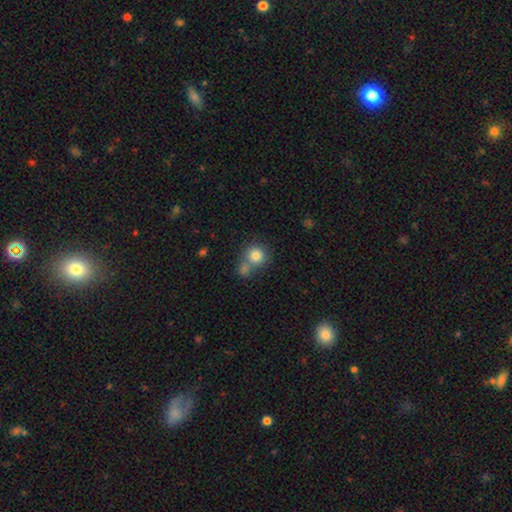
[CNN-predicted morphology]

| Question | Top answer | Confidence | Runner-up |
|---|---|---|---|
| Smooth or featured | smooth | 81% | star or artifact (10%) |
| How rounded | round | 89% | in between (10%) |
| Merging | none | 51% | merger (36%) |